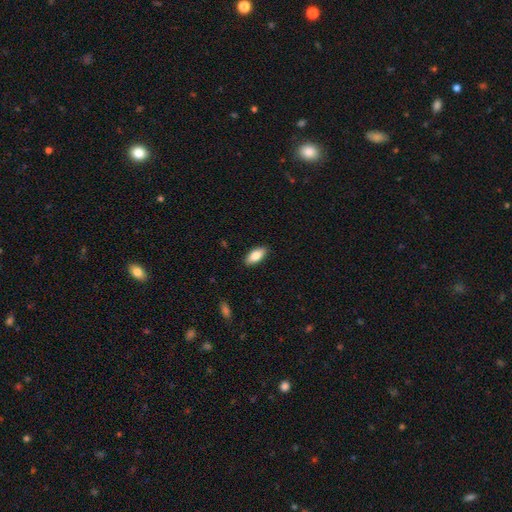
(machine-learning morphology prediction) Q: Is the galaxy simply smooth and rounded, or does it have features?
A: smooth — 82%.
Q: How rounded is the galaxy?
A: in between — 85%.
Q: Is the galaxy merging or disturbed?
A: none — 89%.